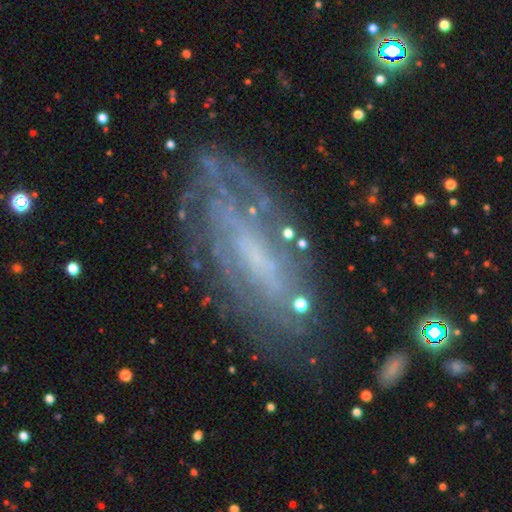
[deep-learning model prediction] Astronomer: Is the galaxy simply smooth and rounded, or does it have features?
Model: featured or disk — 69%.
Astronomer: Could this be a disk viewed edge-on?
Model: no — 82%.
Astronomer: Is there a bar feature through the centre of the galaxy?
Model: no — 48% (runner-up: weak, 34%).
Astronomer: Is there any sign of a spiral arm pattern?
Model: yes — 73%.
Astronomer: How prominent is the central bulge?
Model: none — 45% (runner-up: small, 30%).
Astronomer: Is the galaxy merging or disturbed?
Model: none — 70%.